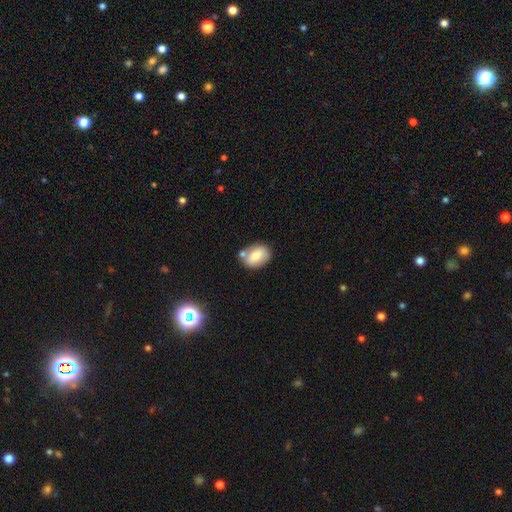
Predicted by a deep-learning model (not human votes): Morphology: type=smooth (77%); roundness=in between (75%); merging=none (68%).